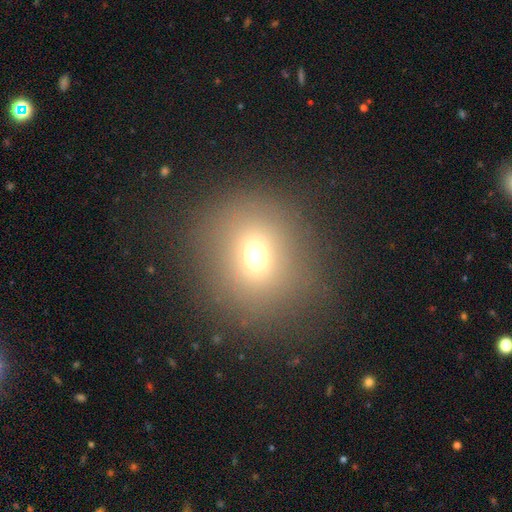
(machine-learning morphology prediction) smooth_or_featured: smooth (p=0.66) [alt: star or artifact p=0.21]
how_rounded: round (p=0.85) [alt: in between p=0.14]
merging: none (p=0.83) [alt: minor disturbance p=0.09]